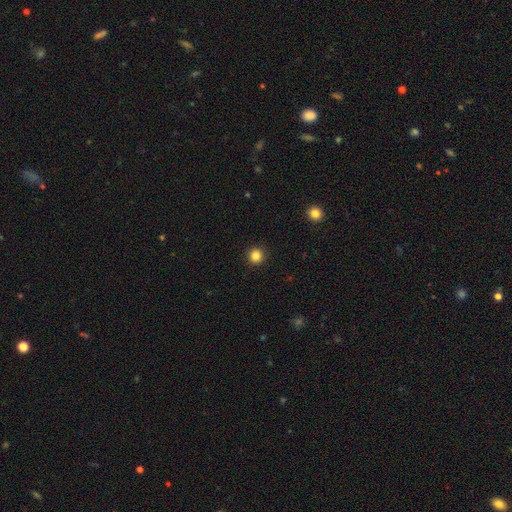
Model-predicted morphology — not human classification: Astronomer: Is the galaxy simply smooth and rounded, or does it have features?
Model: smooth — 84%.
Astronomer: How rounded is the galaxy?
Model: round — 93%.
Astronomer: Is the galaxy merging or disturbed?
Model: none — 92%.